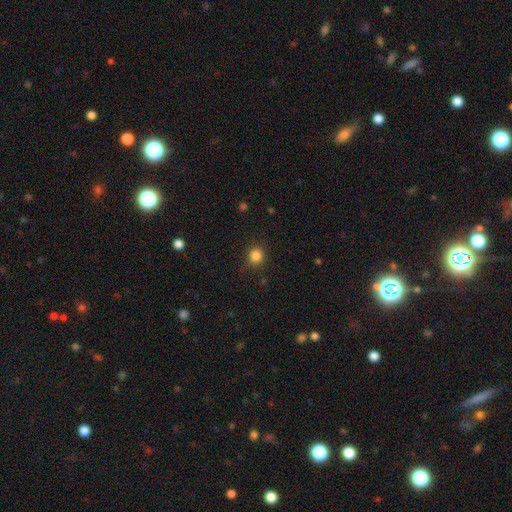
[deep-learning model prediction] Smooth or featured? Predicted: smooth (p=0.84). How rounded? Predicted: round (p=0.91). Merging? Predicted: none (p=0.87).